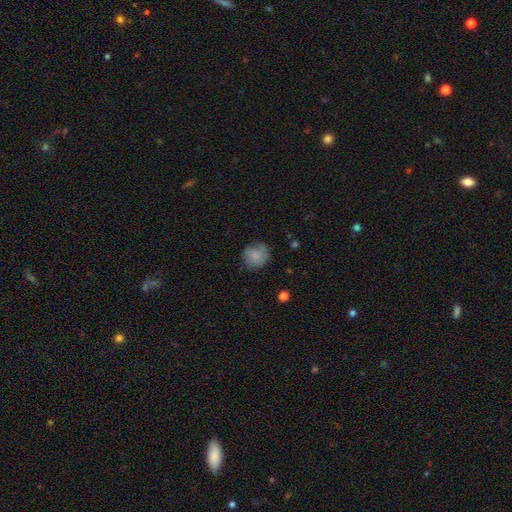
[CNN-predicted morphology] The model was most divided on "merging": none: 67%, minor disturbance: 24%, major disturbance: 8%, merger: 2%. More confident: smooth or featured — smooth (81%); how rounded — round (79%).